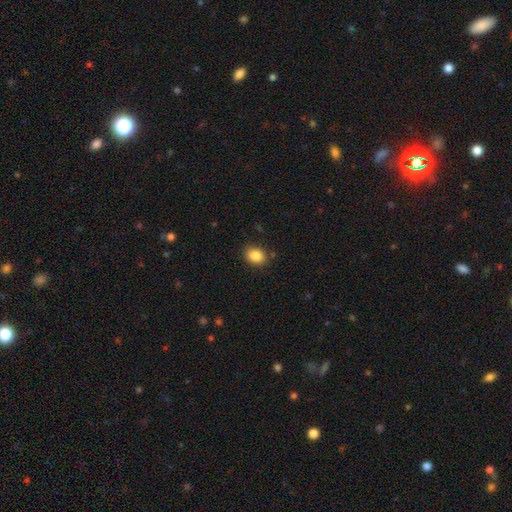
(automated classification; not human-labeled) smooth_or_featured: smooth (p=0.86) [alt: star or artifact p=0.09]
how_rounded: in between (p=0.60) [alt: round p=0.39]
merging: none (p=0.85) [alt: minor disturbance p=0.11]